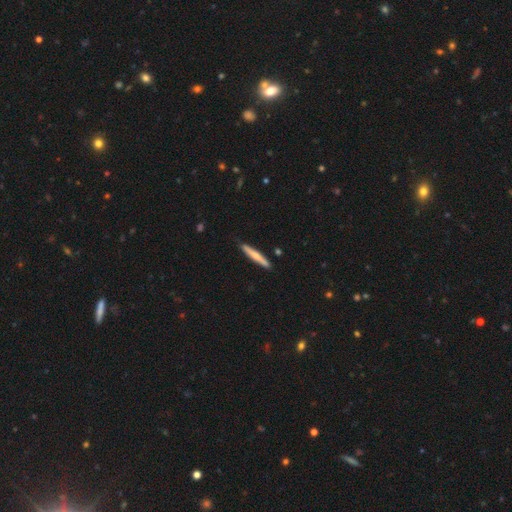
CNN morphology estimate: smooth-or-featured: smooth: 60% | featured or disk: 35% | star or artifact: 5%
  how-rounded: cigar-shaped: 94% | in between: 5% | round: 1%
  merging: none: 87% | minor disturbance: 9% | merger: 2% | major disturbance: 2%